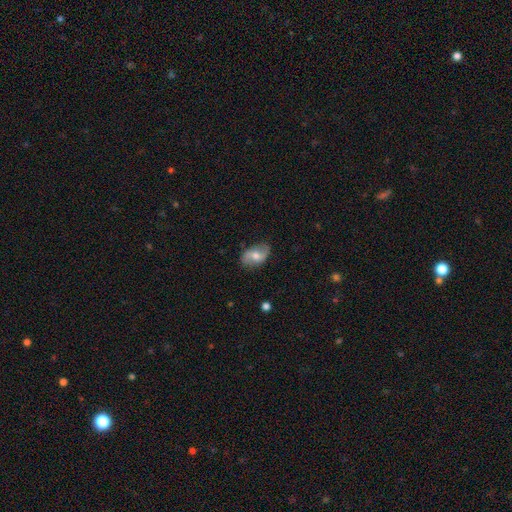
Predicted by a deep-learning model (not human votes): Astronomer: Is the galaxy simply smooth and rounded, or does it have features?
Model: featured or disk — 55% (runner-up: smooth, 38%).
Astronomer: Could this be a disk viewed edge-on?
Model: no — 95%.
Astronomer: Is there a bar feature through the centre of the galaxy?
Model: no — 52% (runner-up: weak, 36%).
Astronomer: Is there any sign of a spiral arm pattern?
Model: yes — 81%.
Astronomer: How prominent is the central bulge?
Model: moderate — 69%.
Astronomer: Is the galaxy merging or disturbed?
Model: none — 75%.